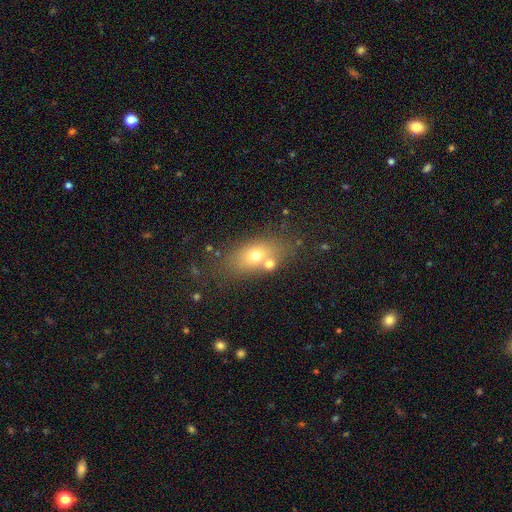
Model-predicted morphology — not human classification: Smooth or featured? Predicted: smooth (p=0.65). How rounded? Predicted: in between (p=0.76). Merging? Predicted: none (p=0.58).